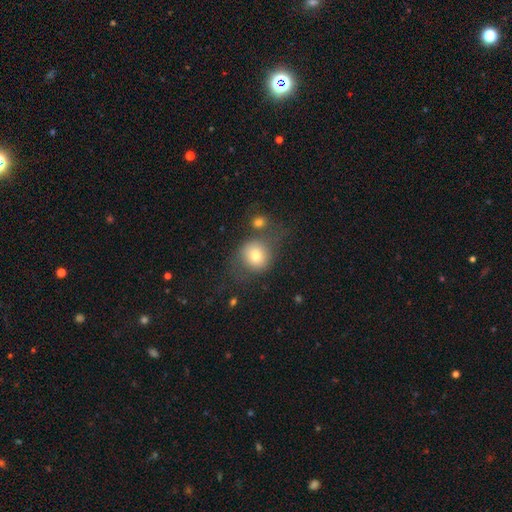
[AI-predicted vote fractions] Overall: smooth (72%). How rounded: round (85%). Merging: none (53%; minor disturbance 17%).